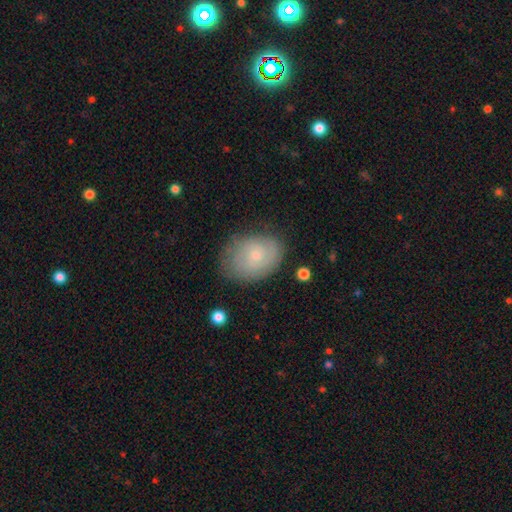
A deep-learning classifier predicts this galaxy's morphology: A smooth galaxy with no disk features (48%).

Vote fractions:
- Smooth or featured? smooth: 48% / featured or disk: 44% / star or artifact: 8%
- Merging? none: 71% / minor disturbance: 21% / major disturbance: 6% / merger: 2%